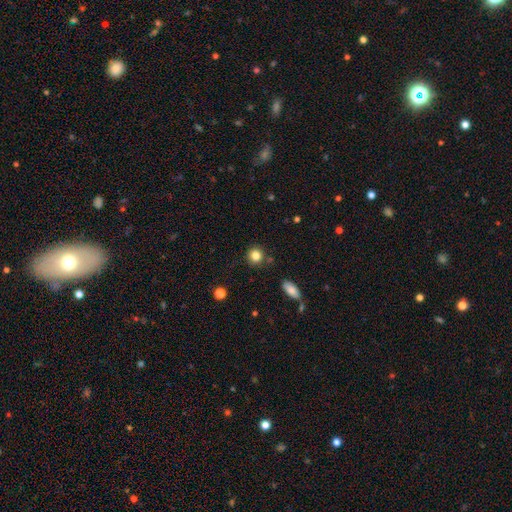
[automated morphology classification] smooth-or-featured: smooth: 84% | star or artifact: 10% | featured or disk: 6%
  how-rounded: round: 89% | in between: 10% | cigar-shaped: 1%
  merging: none: 84% | minor disturbance: 9% | merger: 4% | major disturbance: 2%